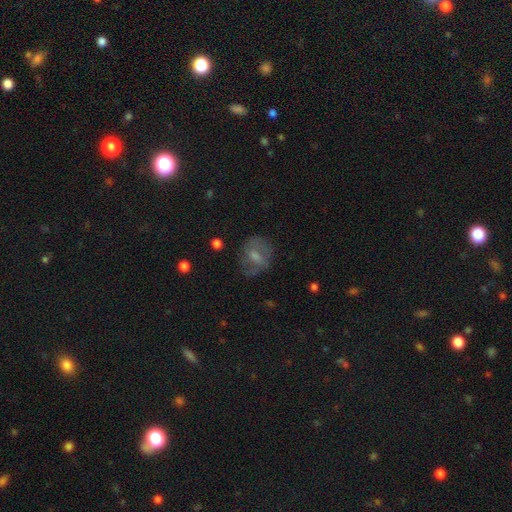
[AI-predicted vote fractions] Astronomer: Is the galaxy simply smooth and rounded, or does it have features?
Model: smooth — 47% (runner-up: featured or disk, 44%).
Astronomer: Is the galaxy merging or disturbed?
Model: none — 59%.